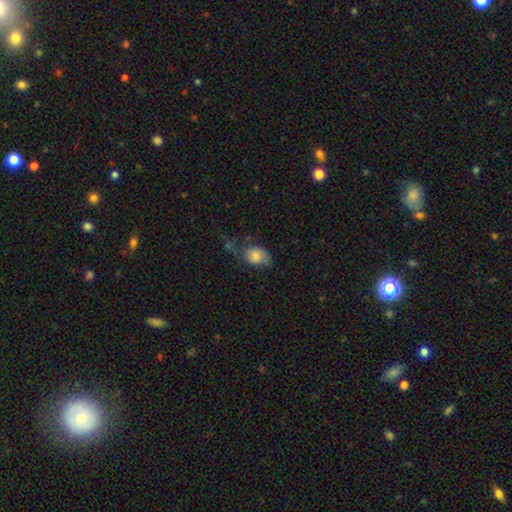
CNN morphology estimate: Smooth or featured?
  - smooth: 62% *
  - featured or disk: 29%
  - star or artifact: 9%
How rounded?
  - in between: 71% *
  - round: 28%
  - cigar-shaped: 1%
Merging?
  - none: 36% *
  - minor disturbance: 30%
  - major disturbance: 30%
  - merger: 5%